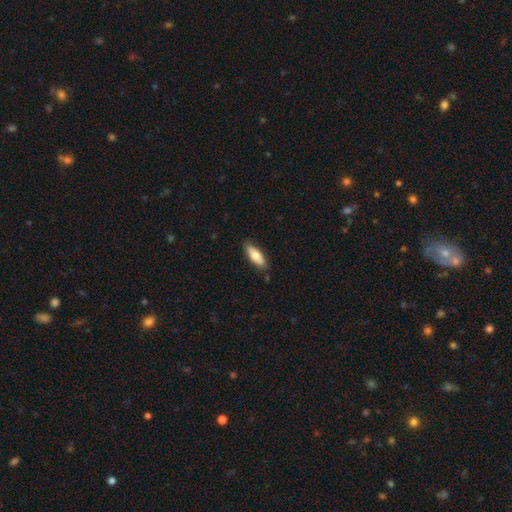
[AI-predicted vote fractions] Smooth or featured: smooth — 75% (featured or disk — 20%)
How rounded: in between — 73% (cigar-shaped — 26%)
Merging: none — 83% (minor disturbance — 13%)